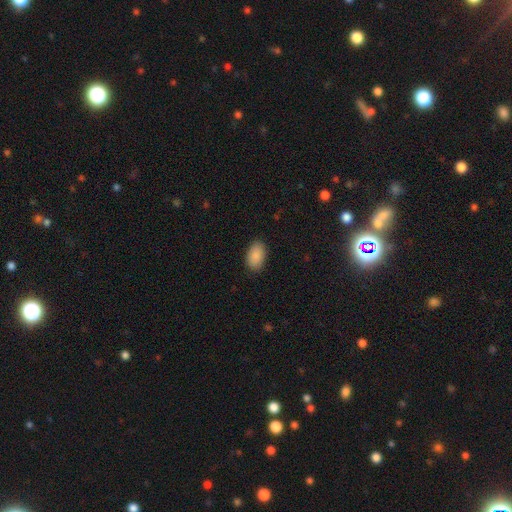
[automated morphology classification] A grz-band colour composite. It shows a smooth galaxy with no disk features (89%) that is in between round and cigar-shaped (92%). Merging: none (87%).